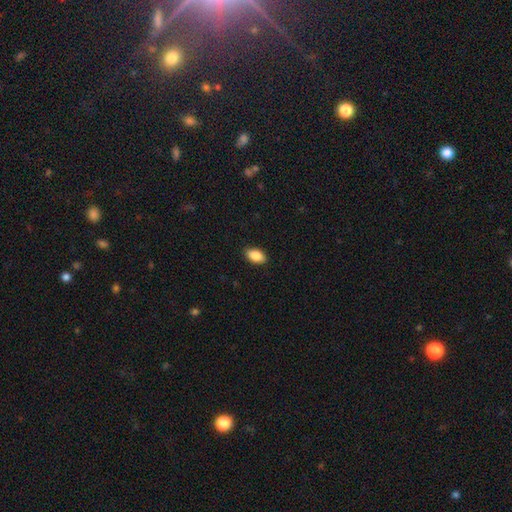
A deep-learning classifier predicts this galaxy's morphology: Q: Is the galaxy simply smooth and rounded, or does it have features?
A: smooth — 87%.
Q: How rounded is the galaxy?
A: in between — 92%.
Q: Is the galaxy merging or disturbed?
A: none — 89%.